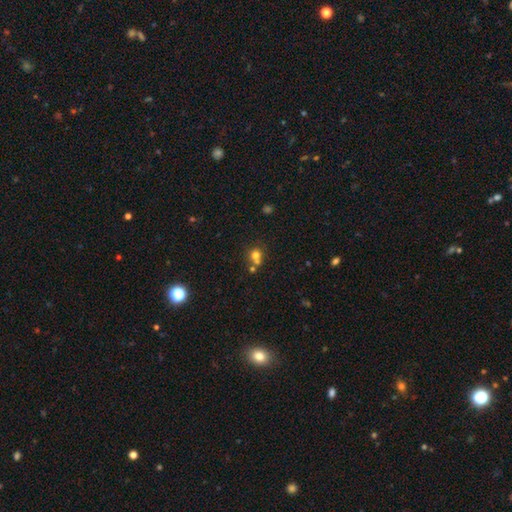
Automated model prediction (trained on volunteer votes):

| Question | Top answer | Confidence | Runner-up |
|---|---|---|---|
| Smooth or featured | smooth | 69% | star or artifact (18%) |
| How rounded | round | 83% | in between (16%) |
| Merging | none | 46% | merger (42%) |